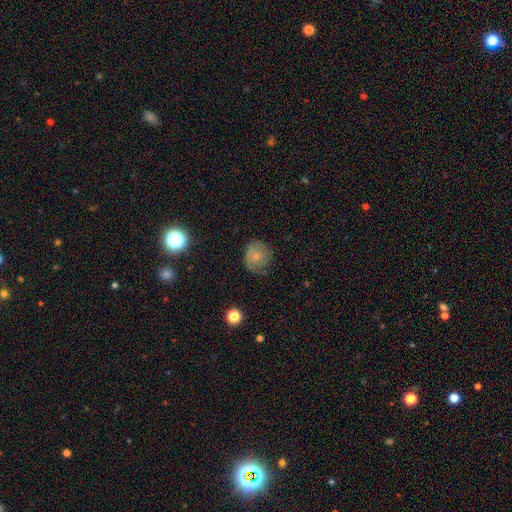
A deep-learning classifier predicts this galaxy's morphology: Q: Smooth or featured?
A: smooth (66%); runner-up: featured or disk (24%)
Q: How rounded?
A: round (85%); runner-up: in between (14%)
Q: Merging?
A: none (61%); runner-up: minor disturbance (27%)